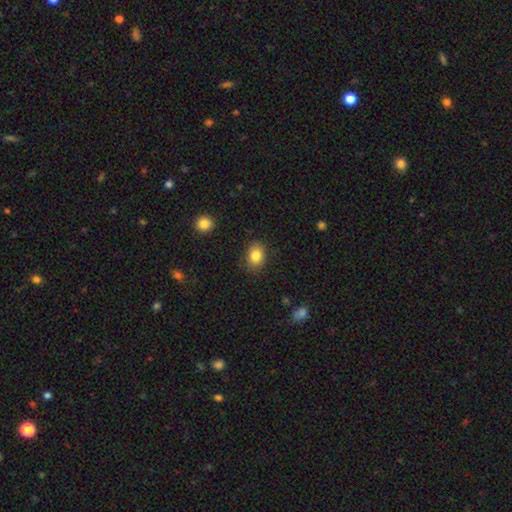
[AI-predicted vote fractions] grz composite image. It shows a smooth galaxy with no disk features (84%) that is in between round and cigar-shaped (63%). Merging: none (85%).